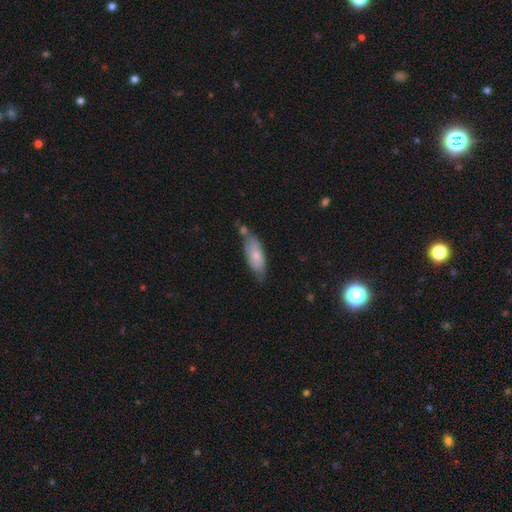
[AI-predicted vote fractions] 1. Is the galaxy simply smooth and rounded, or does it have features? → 68% smooth, 26% featured or disk, 6% star or artifact.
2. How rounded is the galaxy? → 68% in between, 30% cigar-shaped, 2% round.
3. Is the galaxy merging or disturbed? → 53% none, 28% minor disturbance, 12% merger, 7% major disturbance.